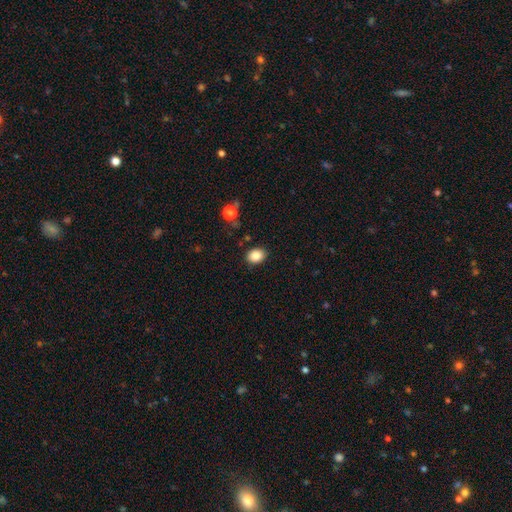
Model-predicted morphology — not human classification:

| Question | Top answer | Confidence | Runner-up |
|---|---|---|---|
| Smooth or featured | smooth | 86% | star or artifact (9%) |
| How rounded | in between | 63% | round (36%) |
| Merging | none | 87% | minor disturbance (9%) |